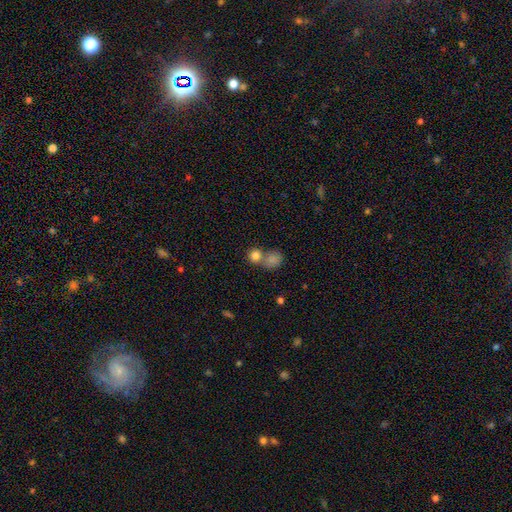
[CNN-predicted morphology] Smooth or featured: smooth — 81% (star or artifact — 11%)
How rounded: round — 83% (in between — 16%)
Merging: merger — 45% (tied with none — 45%)